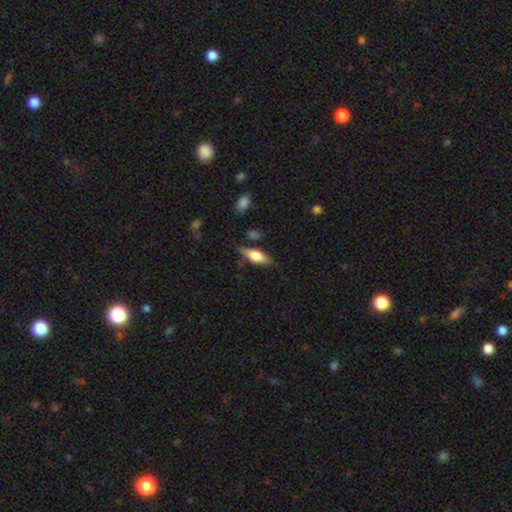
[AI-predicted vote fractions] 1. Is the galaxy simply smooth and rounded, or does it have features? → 51% smooth, 42% featured or disk, 6% star or artifact.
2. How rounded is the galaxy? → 62% in between, 35% cigar-shaped, 3% round.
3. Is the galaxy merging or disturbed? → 78% none, 15% minor disturbance, 4% major disturbance, 3% merger.